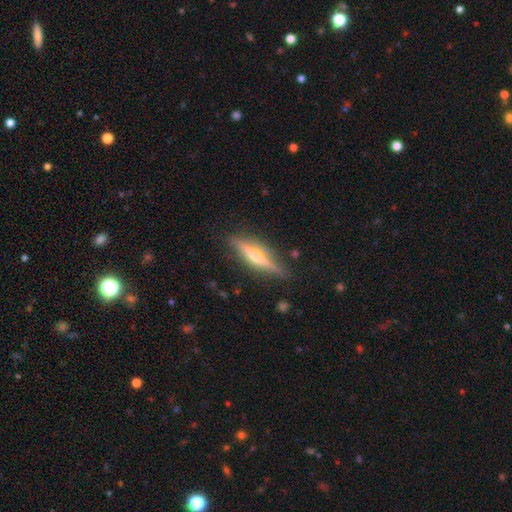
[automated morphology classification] Smooth or featured?
  - featured or disk: 75% *
  - smooth: 19%
  - star or artifact: 6%
Edge-on disk?
  - yes: 96% *
  - no: 4%
Edge-on bulge?
  - rounded: 90% *
  - none: 6%
  - boxy: 4%
Merging?
  - none: 85% *
  - minor disturbance: 10%
  - major disturbance: 3%
  - merger: 1%